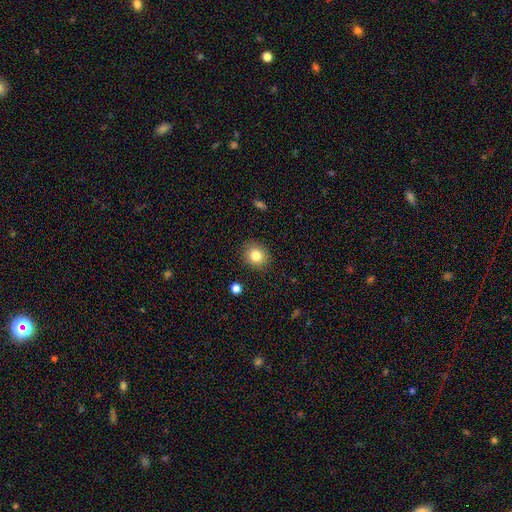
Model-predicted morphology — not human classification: Overall: smooth (83%). How rounded: round (72%). Merging: none (89%).